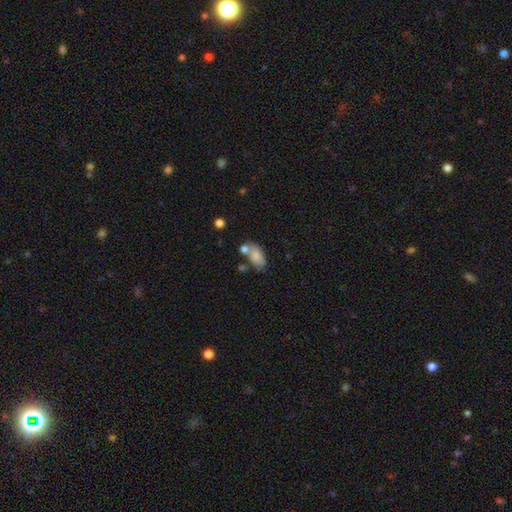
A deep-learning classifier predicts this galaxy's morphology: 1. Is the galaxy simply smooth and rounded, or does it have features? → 80% smooth, 11% featured or disk, 8% star or artifact.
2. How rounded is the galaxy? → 91% in between, 5% round, 3% cigar-shaped.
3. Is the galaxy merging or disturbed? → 51% none, 22% merger, 20% minor disturbance, 7% major disturbance.